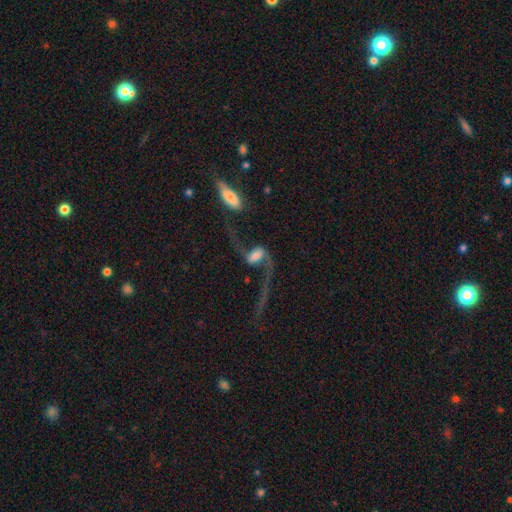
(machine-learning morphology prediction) Overall: featured or disk (78%). Edge-on disk: no (93%). Bar: weak (38%; strong 35%). Spiral arms: yes (91%). Spiral arm count: 2 (91%). Spiral winding: loose (91%). Bulge size: moderate (35%; small 26%). Merging: none (39%; major disturbance 31%).